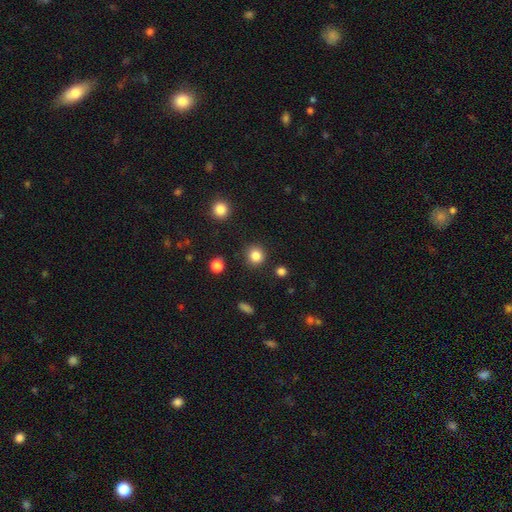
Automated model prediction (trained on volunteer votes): Q: Smooth or featured?
A: smooth (84%); runner-up: star or artifact (11%)
Q: How rounded?
A: round (92%); runner-up: in between (8%)
Q: Merging?
A: none (89%); runner-up: minor disturbance (6%)